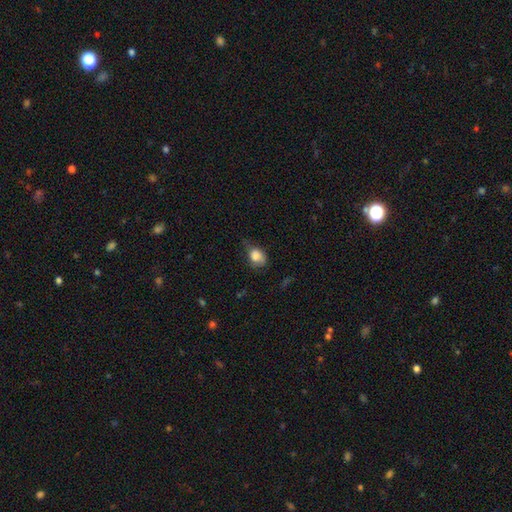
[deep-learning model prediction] smooth_or_featured: smooth (p=0.82) [alt: featured or disk p=0.10]
how_rounded: in between (p=0.58) [alt: round p=0.41]
merging: minor disturbance (p=0.41) [alt: none p=0.36]